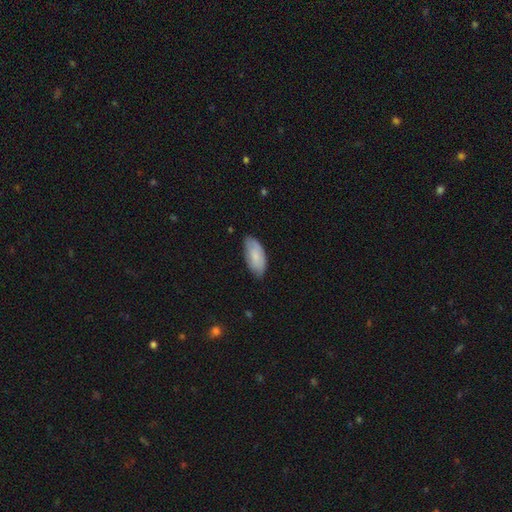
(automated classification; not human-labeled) Overall: smooth (78%). How rounded: in between (92%). Merging: none (74%).